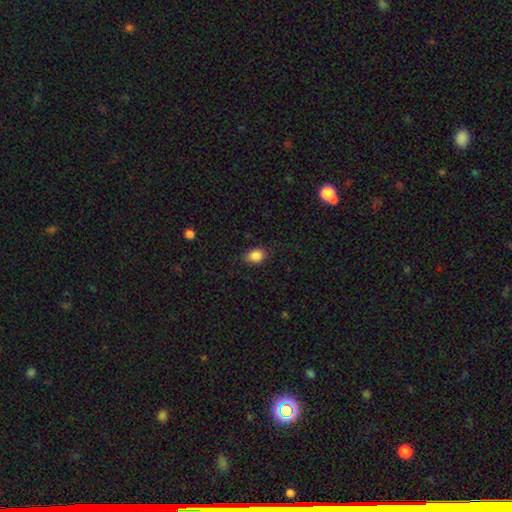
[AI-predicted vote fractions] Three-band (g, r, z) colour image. It shows a smooth galaxy with no disk features (87%) that is in between round and cigar-shaped (71%). Merging: none (83%).